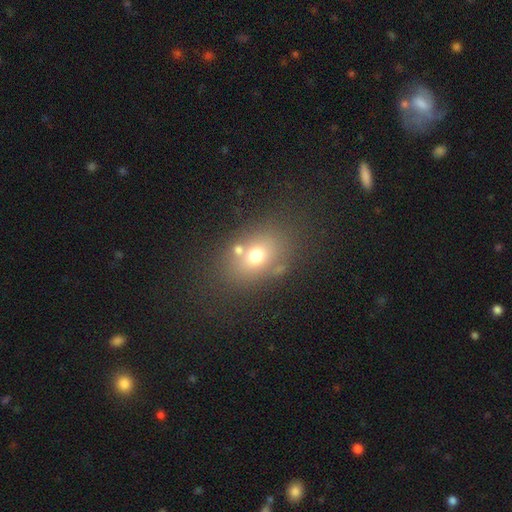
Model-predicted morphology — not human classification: A smooth galaxy with no disk features (66%) that is in between round and cigar-shaped (65%).

Vote fractions:
- Smooth or featured? smooth: 66% / featured or disk: 18% / star or artifact: 16%
- How rounded? in between: 65% / round: 34% / cigar-shaped: 1%
- Merging? none: 66% / merger: 14% / minor disturbance: 13% / major disturbance: 6%